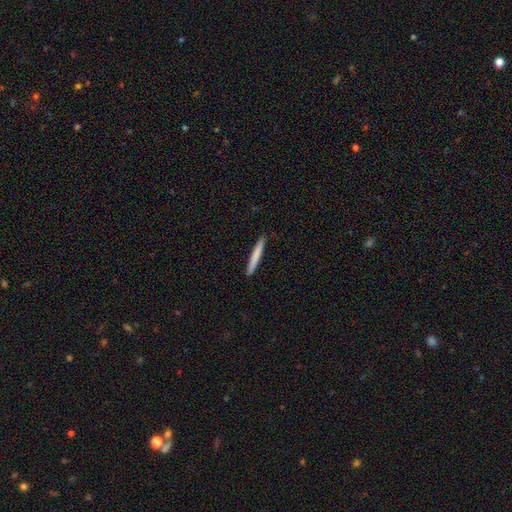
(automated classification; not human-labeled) smooth_or_featured: smooth (p=0.76) [alt: featured or disk p=0.19]
how_rounded: cigar-shaped (p=0.96) [alt: in between p=0.02]
merging: none (p=0.92) [alt: minor disturbance p=0.06]